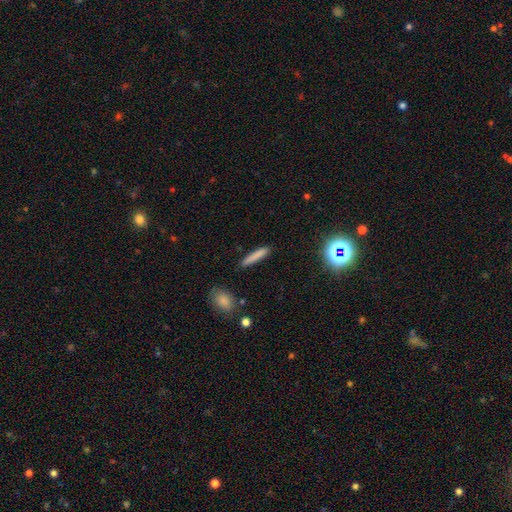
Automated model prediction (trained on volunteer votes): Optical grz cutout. It shows a smooth galaxy with no disk features (80%) that is cigar-shaped (92%). Merging: none (88%).